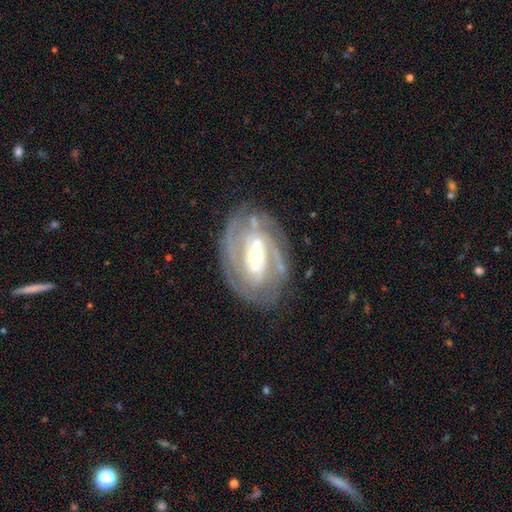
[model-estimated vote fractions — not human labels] Smooth or featured? Predicted: featured or disk (p=0.87). Edge-on disk? Predicted: no (p=0.96). Bar? Predicted: strong (p=0.45). Spiral arms? Predicted: yes (p=0.93). Spiral winding? Predicted: tight (p=0.64). Spiral arm count? Predicted: 2 (p=0.49). Bulge size? Predicted: moderate (p=0.60). Merging? Predicted: none (p=0.74).